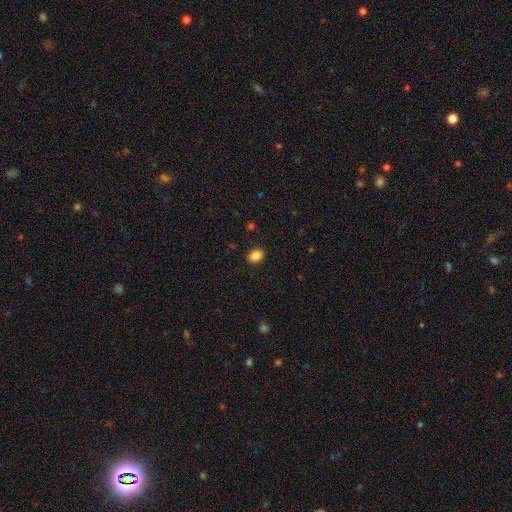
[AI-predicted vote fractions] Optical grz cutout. It shows a smooth galaxy with no disk features (86%) that is in between round and cigar-shaped (62%). Merging: none (89%).